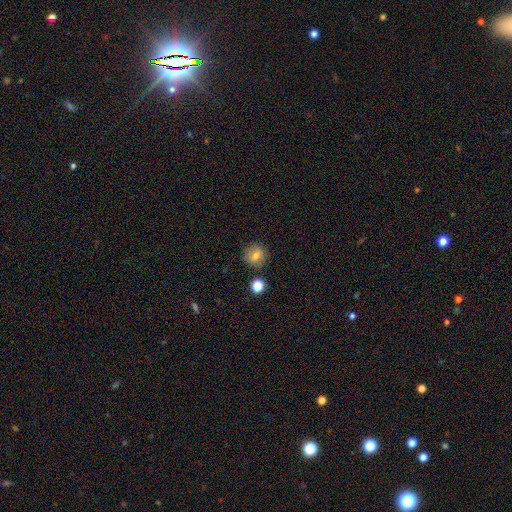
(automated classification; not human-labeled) smooth 77%, featured or disk 12%, star or artifact 11%. Down the decision tree: how rounded — round (86%); merging — none (83%).